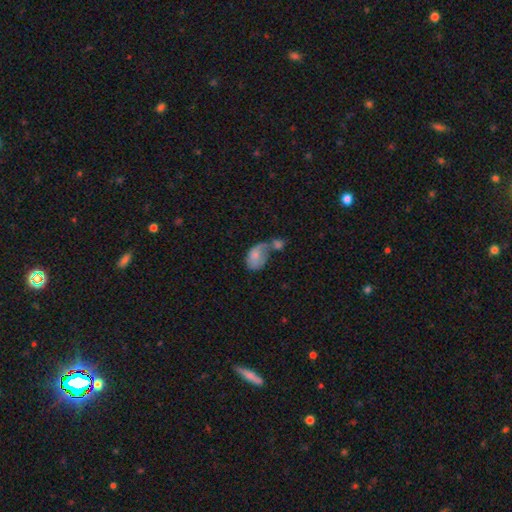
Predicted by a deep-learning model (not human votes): smooth 69%, featured or disk 24%, star or artifact 8%. Down the decision tree: how rounded — in between (86%); merging — merger (49%).